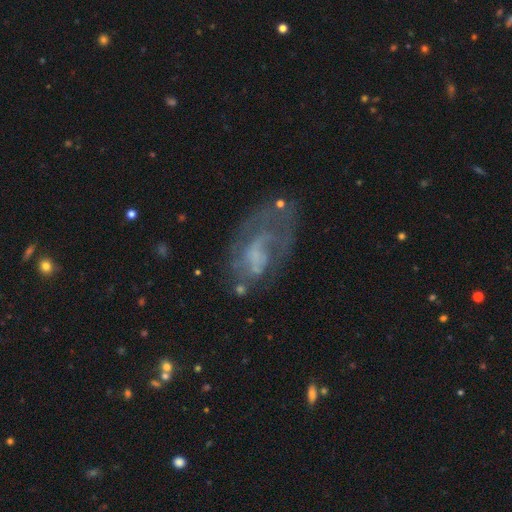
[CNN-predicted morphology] type=featured or disk (66%); edge-on=no (96%); bar=no (69%); spiral arms=yes (65%); bulge=none (54%); merging=none (43%).